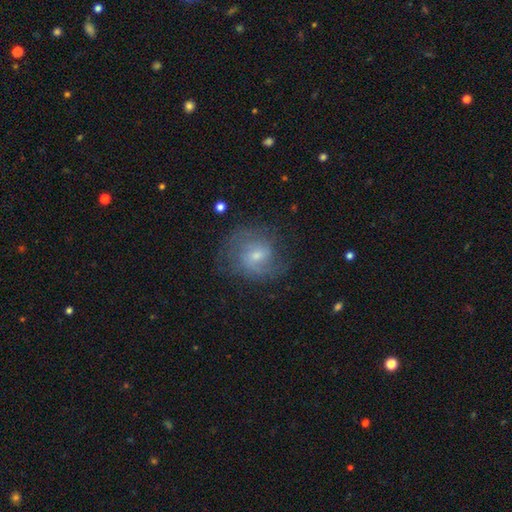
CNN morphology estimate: type=featured or disk (63%); edge-on=no (97%); bar=weak (48%); spiral arms=yes (83%); winding=medium (44%); arm count=2 (46%); bulge=small (57%); merging=none (63%).